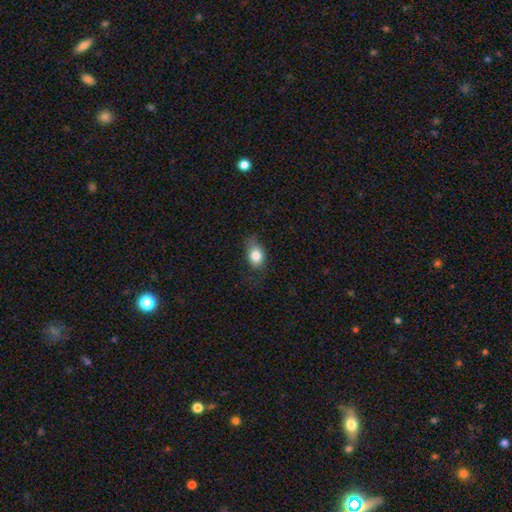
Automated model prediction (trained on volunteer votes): Smooth or featured? Predicted: smooth (p=0.82). How rounded? Predicted: in between (p=0.72). Merging? Predicted: none (p=0.59).